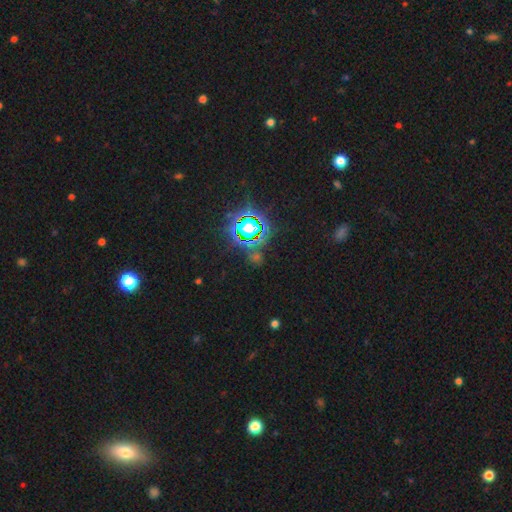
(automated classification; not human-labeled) Smooth or featured: star or artifact — 75% (smooth — 17%)